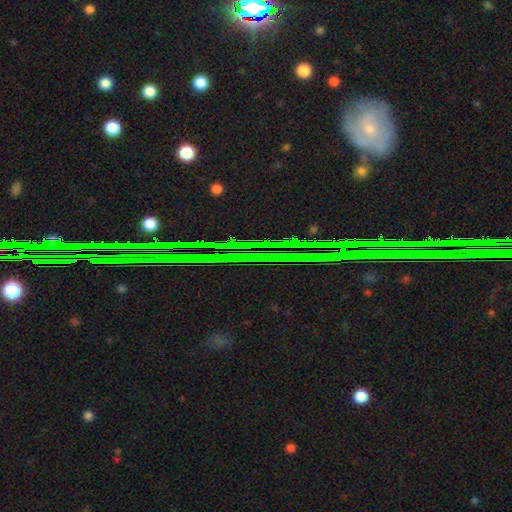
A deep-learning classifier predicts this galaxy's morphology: smooth-or-featured: star or artifact: 80% | featured or disk: 11% | smooth: 8%